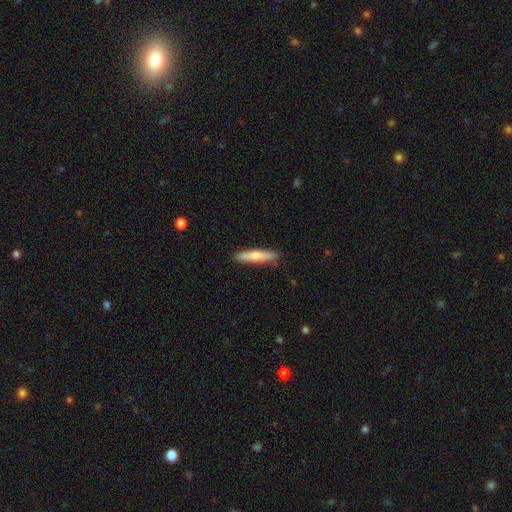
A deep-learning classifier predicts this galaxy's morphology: A smooth galaxy with no disk features (71%) that is cigar-shaped (86%). Merging: none (87%).